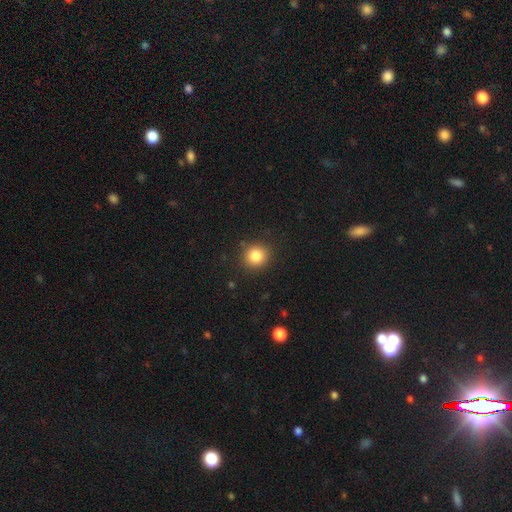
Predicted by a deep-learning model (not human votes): Smooth or featured? Predicted: smooth (p=0.84). How rounded? Predicted: round (p=0.88). Merging? Predicted: none (p=0.88).